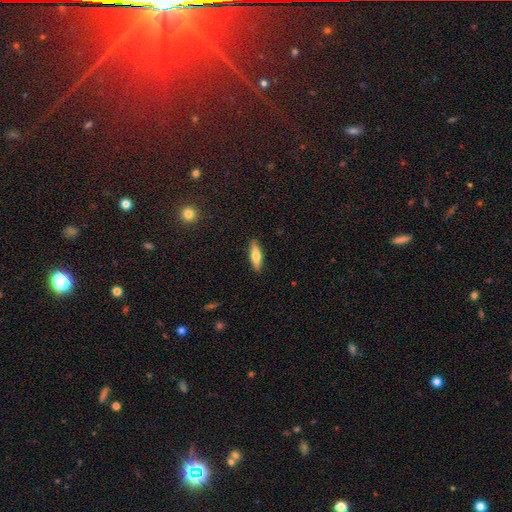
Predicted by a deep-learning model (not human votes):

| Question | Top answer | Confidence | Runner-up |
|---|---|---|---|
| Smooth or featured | smooth | 69% | featured or disk (25%) |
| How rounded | cigar-shaped | 55% | in between (43%) |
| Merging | none | 89% | minor disturbance (8%) |